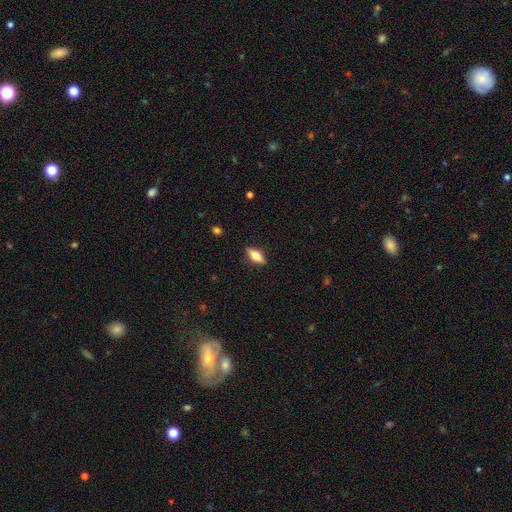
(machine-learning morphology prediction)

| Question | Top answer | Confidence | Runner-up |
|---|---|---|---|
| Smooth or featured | smooth | 62% | featured or disk (31%) |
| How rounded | in between | 71% | cigar-shaped (26%) |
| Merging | none | 86% | minor disturbance (10%) |